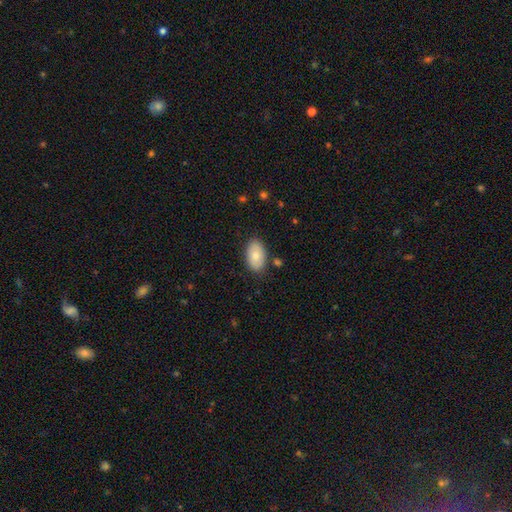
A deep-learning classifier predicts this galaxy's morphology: The model was most divided on "smooth or featured": smooth: 78%, featured or disk: 16%, star or artifact: 6%. More confident: how rounded — in between (93%); merging — none (84%).